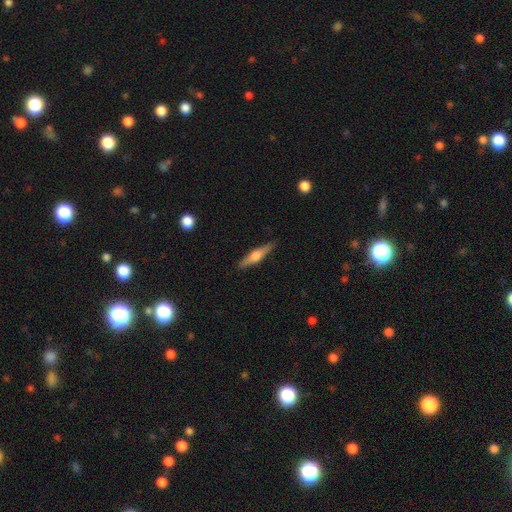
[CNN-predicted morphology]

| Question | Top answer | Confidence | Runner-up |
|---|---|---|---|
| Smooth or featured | featured or disk | 55% | smooth (39%) |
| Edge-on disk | yes | 95% | no (5%) |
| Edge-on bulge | rounded | 89% | boxy (7%) |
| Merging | none | 88% | minor disturbance (9%) |